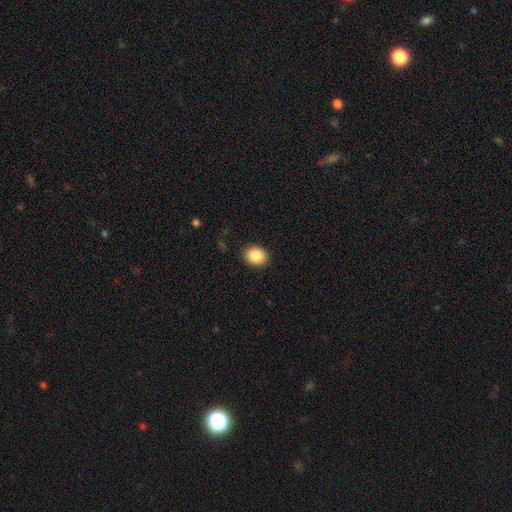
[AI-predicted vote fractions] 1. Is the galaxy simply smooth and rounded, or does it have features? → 86% smooth, 8% star or artifact, 5% featured or disk.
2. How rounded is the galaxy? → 51% round, 48% in between, 1% cigar-shaped.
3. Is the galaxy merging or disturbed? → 89% none, 8% minor disturbance, 2% major disturbance, 1% merger.